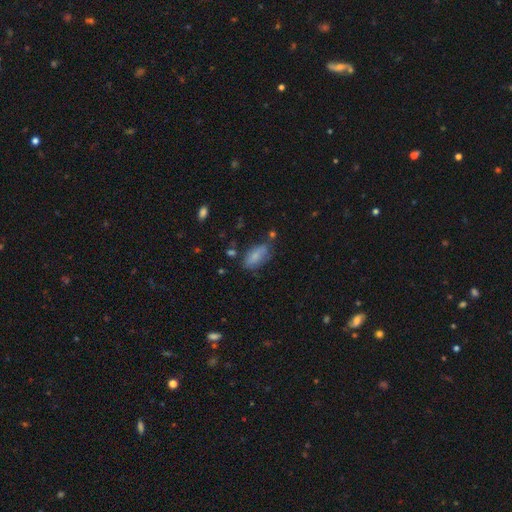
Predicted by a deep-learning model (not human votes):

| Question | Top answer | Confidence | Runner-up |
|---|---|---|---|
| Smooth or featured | smooth | 77% | featured or disk (15%) |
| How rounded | in between | 87% | cigar-shaped (10%) |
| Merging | none | 67% | minor disturbance (23%) |